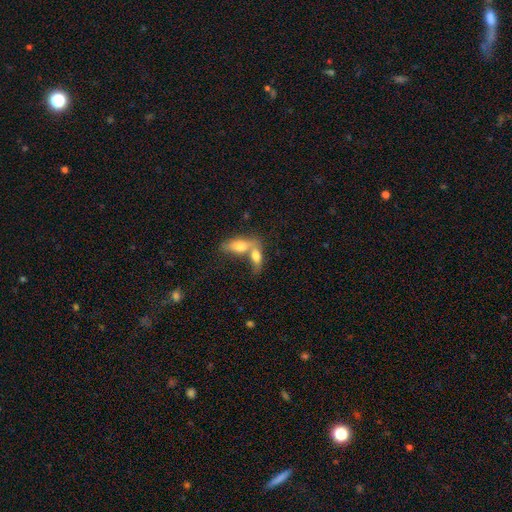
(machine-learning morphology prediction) Smooth or featured?
  - smooth: 70% *
  - featured or disk: 23%
  - star or artifact: 7%
How rounded?
  - in between: 76% *
  - cigar-shaped: 18%
  - round: 6%
Merging?
  - merger: 67% *
  - none: 23%
  - minor disturbance: 6%
  - major disturbance: 4%